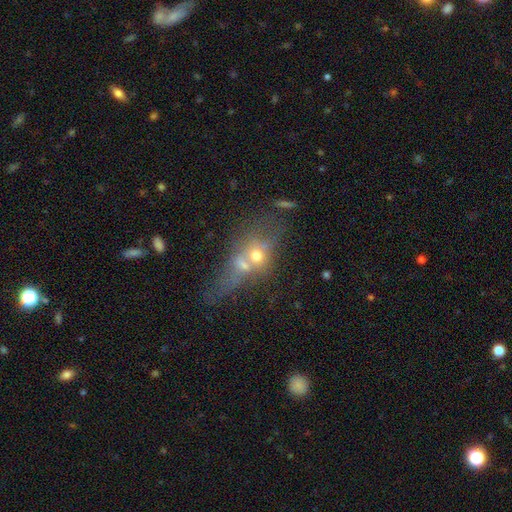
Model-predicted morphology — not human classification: A smooth galaxy with no disk features (46%). Merging: merger (61%).